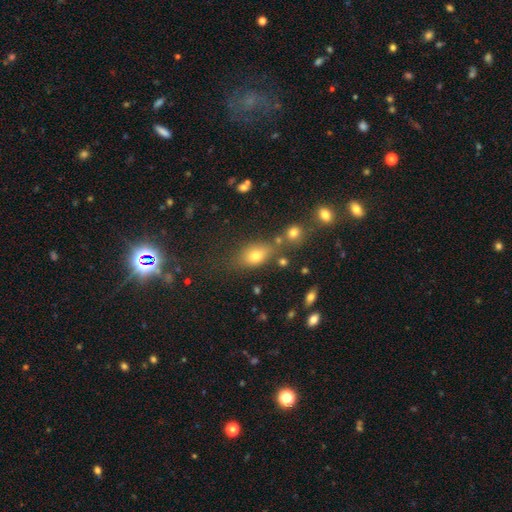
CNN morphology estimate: Smooth or featured? Predicted: smooth (p=0.68). How rounded? Predicted: in between (p=0.73). Merging? Predicted: none (p=0.65).